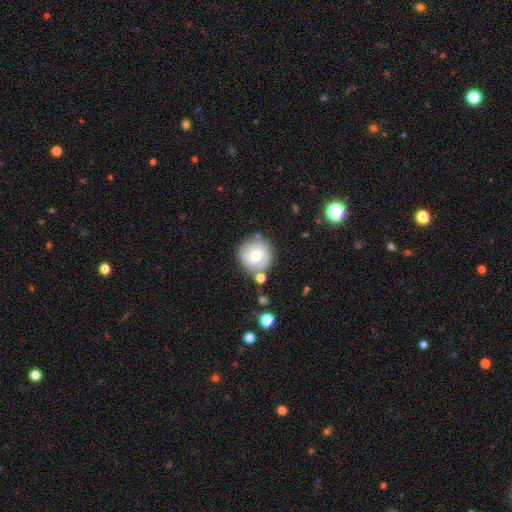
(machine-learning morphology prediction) A featured or disk galaxy (50%).

Vote fractions:
- Smooth or featured? featured or disk: 50% / smooth: 42% / star or artifact: 8%
- Edge-on disk? no: 96% / yes: 4%
- Merging? none: 71% / minor disturbance: 15% / merger: 9% / major disturbance: 5%